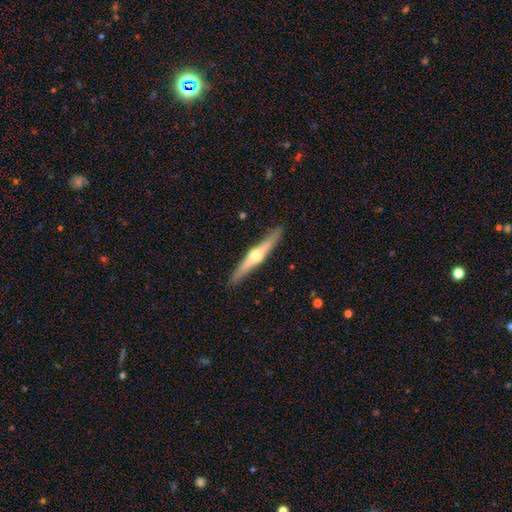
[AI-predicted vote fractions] This appears to be a featured or disk galaxy (70%) viewed edge-on (97%) with a rounded central bulge (94%). Merging: none (91%).